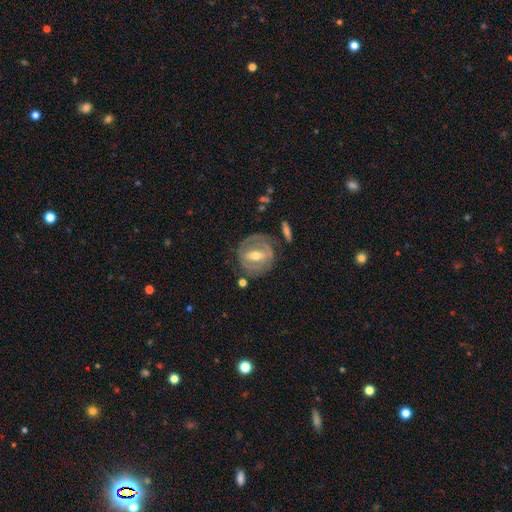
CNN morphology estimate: type=featured or disk (73%); edge-on=no (92%); bar=strong (44%); spiral arms=yes (55%); bulge=moderate (71%); merging=none (72%).